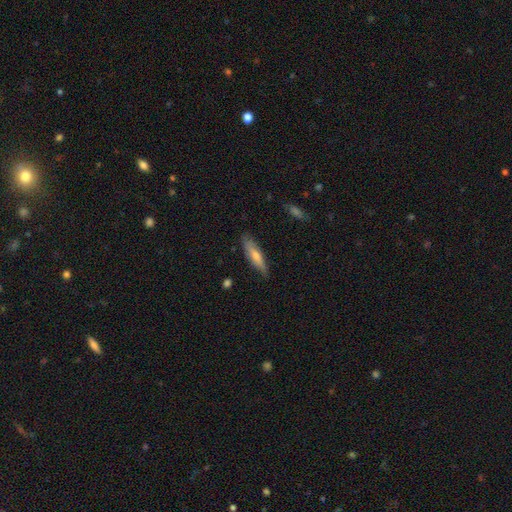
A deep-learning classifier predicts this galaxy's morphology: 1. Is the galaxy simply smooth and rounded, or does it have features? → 53% smooth, 40% featured or disk, 6% star or artifact.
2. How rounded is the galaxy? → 79% cigar-shaped, 19% in between, 2% round.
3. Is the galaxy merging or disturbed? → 84% none, 12% minor disturbance, 2% major disturbance, 1% merger.